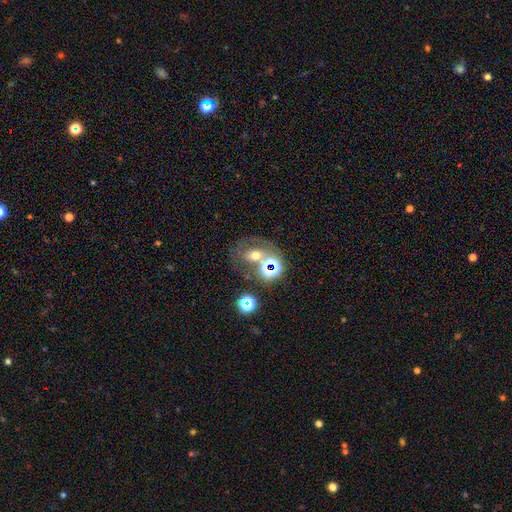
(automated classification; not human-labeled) Overall: smooth (42%; star or artifact 29%). Merging: none (43%; merger 35%).